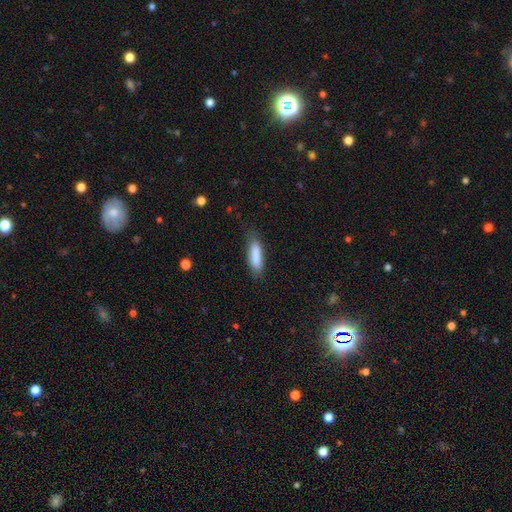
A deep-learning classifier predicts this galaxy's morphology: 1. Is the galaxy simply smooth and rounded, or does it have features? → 85% smooth, 9% featured or disk, 6% star or artifact.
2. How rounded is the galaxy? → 60% cigar-shaped, 38% in between, 2% round.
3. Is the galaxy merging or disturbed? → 77% none, 18% minor disturbance, 4% major disturbance, 2% merger.